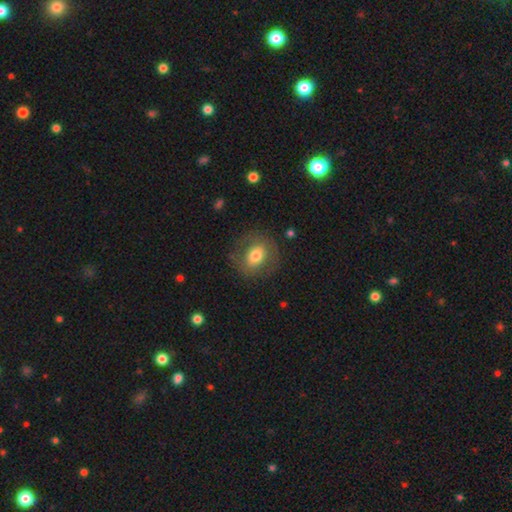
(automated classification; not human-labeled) A smooth galaxy with no disk features (64%) that is round (65%).

Vote fractions:
- Smooth or featured? smooth: 64% / featured or disk: 28% / star or artifact: 8%
- How rounded? round: 65% / in between: 34% / cigar-shaped: 1%
- Merging? none: 79% / minor disturbance: 13% / major disturbance: 7% / merger: 1%